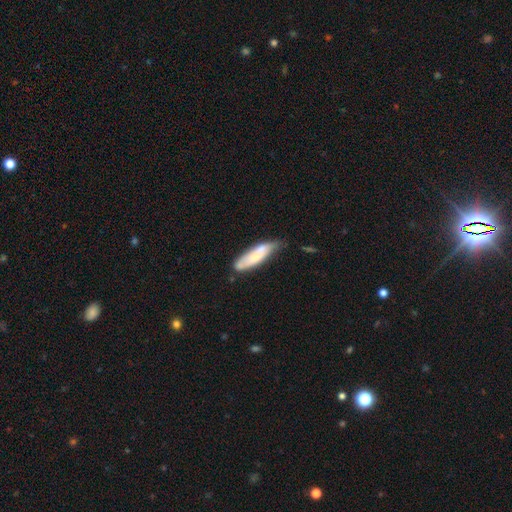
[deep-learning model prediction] This is likely a smooth galaxy (67%). How rounded: likely cigar-shaped (64%). Merging: possibly none (49%).